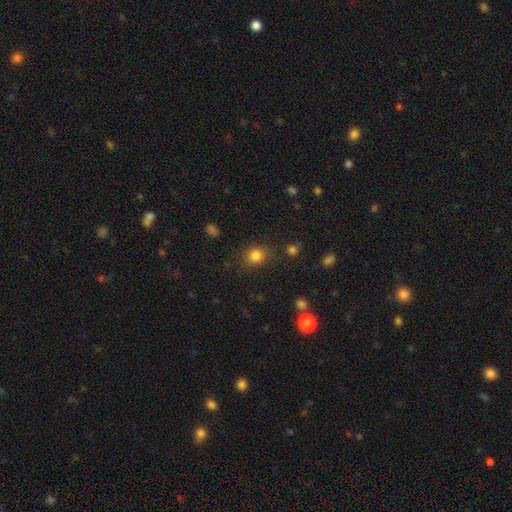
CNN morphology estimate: Q: Smooth or featured?
A: smooth (83%); runner-up: star or artifact (12%)
Q: How rounded?
A: round (78%); runner-up: in between (21%)
Q: Merging?
A: none (82%); runner-up: minor disturbance (11%)